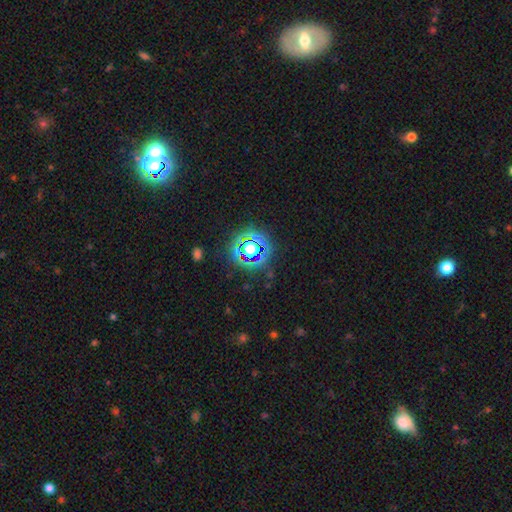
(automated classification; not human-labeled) Smooth or featured?
  - star or artifact: 78% *
  - smooth: 14%
  - featured or disk: 8%